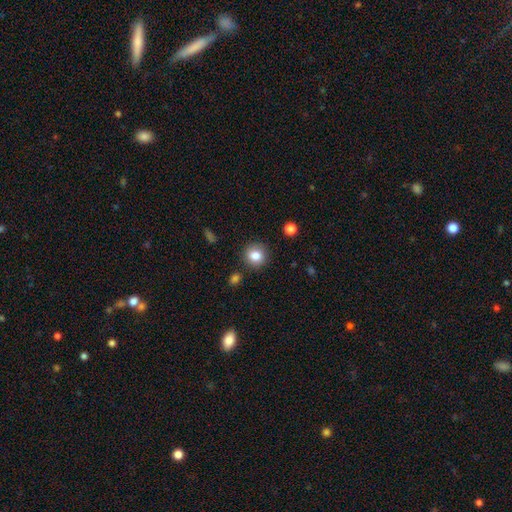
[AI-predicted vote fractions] The model was most divided on "smooth or featured": smooth: 82%, star or artifact: 10%, featured or disk: 7%. More confident: how rounded — round (89%); merging — none (87%).